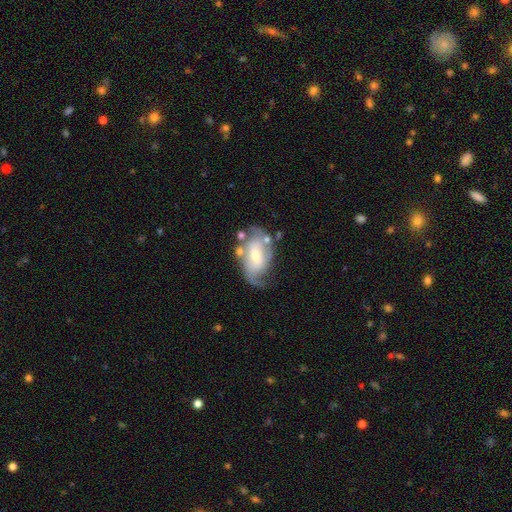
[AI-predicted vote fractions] The model was most divided on "bulge size": small: 49%, moderate: 42%, large: 5%, none: 2%, dominant: 1%. Remaining: edge-on disk — no (96%); spiral arms — yes (84%); smooth or featured — featured or disk (73%); spiral arm count — 2 (64%); merging — none (48%); bar — no (47%); spiral winding — medium (42%).